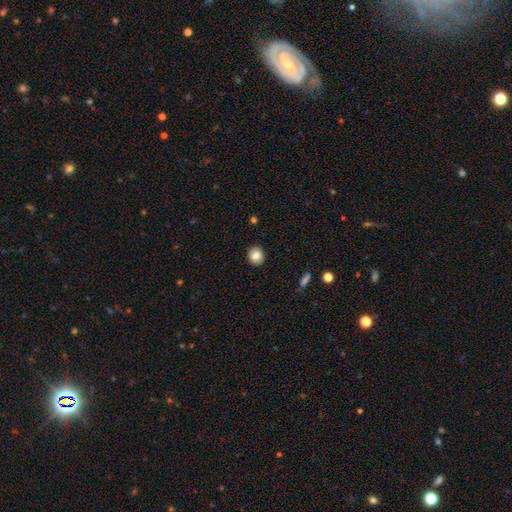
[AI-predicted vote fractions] Q: Smooth or featured?
A: smooth (83%); runner-up: star or artifact (9%)
Q: How rounded?
A: round (76%); runner-up: in between (23%)
Q: Merging?
A: none (91%); runner-up: minor disturbance (6%)